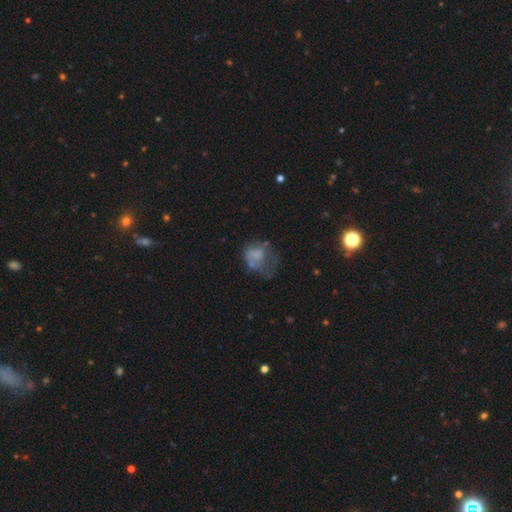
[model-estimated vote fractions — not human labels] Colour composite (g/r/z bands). It shows a smooth galaxy with no disk features (55%) that is in between round and cigar-shaped (50%). Merging: major disturbance (41%).